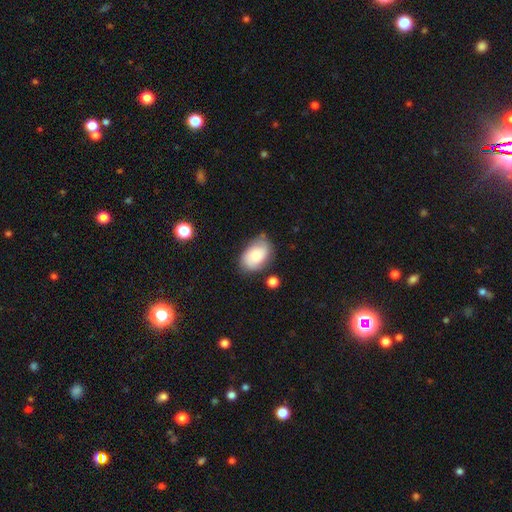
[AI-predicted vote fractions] A smooth galaxy with no disk features (72%) that is in between round and cigar-shaped (88%). Merging: none (66%).